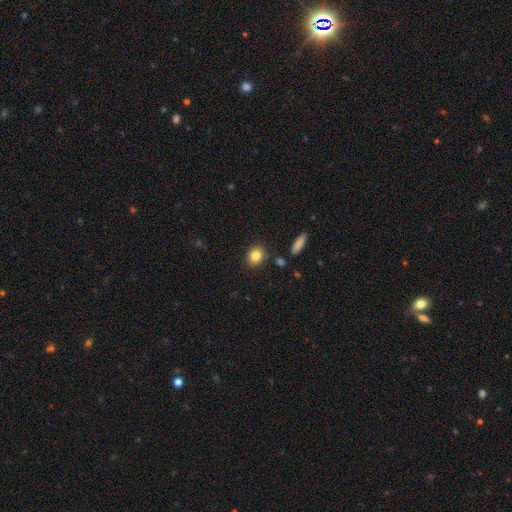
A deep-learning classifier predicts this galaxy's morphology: Smooth or featured? Predicted: smooth (p=0.83). How rounded? Predicted: round (p=0.60). Merging? Predicted: none (p=0.85).